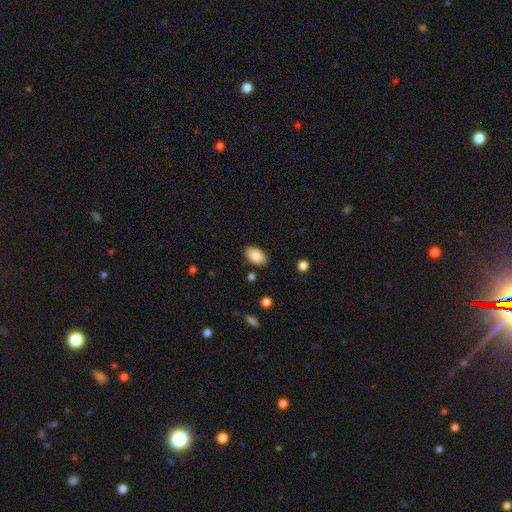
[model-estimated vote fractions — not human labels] A smooth galaxy with no disk features (86%) that is in between round and cigar-shaped (93%).

Vote fractions:
- Smooth or featured? smooth: 86% / star or artifact: 7% / featured or disk: 7%
- How rounded? in between: 93% / round: 5% / cigar-shaped: 1%
- Merging? none: 86% / minor disturbance: 10% / major disturbance: 2% / merger: 2%